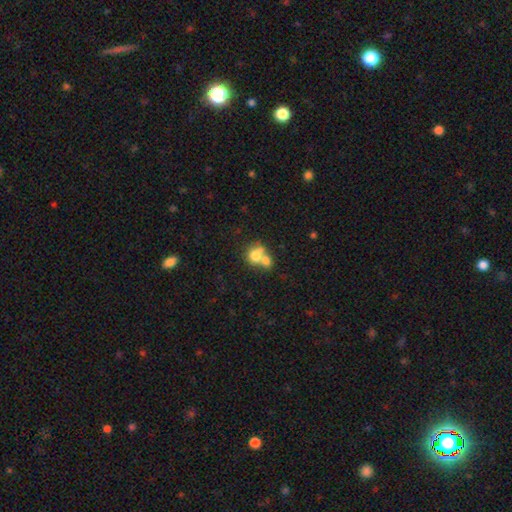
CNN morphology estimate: A smooth galaxy with no disk features (71%) that is round (67%).

Vote fractions:
- Smooth or featured? smooth: 71% / featured or disk: 19% / star or artifact: 10%
- How rounded? round: 67% / in between: 31% / cigar-shaped: 1%
- Merging? merger: 63% / none: 25% / minor disturbance: 7% / major disturbance: 5%